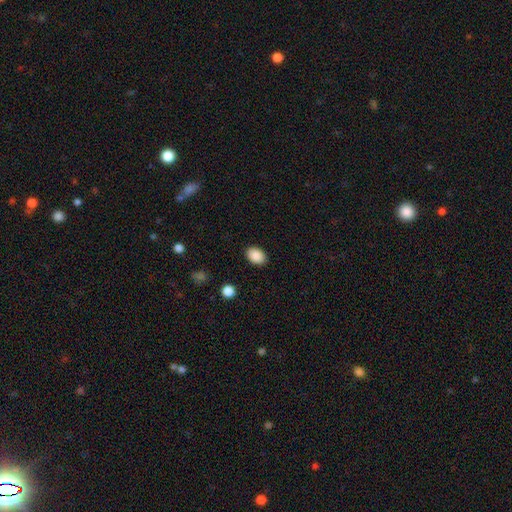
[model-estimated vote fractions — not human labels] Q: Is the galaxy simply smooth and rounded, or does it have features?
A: smooth — 89%.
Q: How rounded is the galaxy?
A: in between — 81%.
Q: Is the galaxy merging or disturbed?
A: none — 89%.